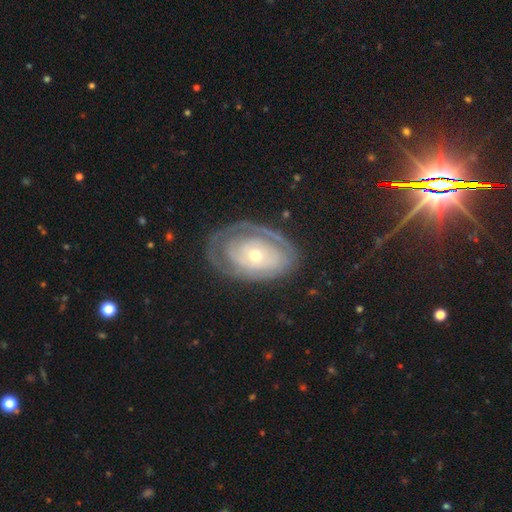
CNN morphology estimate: Q: Smooth or featured?
A: featured or disk (74%); runner-up: smooth (21%)
Q: Edge-on disk?
A: no (94%); runner-up: yes (6%)
Q: Bar?
A: no (85%); runner-up: weak (11%)
Q: Spiral arms?
A: yes (63%); runner-up: no (37%)
Q: Bulge size?
A: moderate (48%); runner-up: small (47%)
Q: Merging?
A: none (71%); runner-up: minor disturbance (18%)